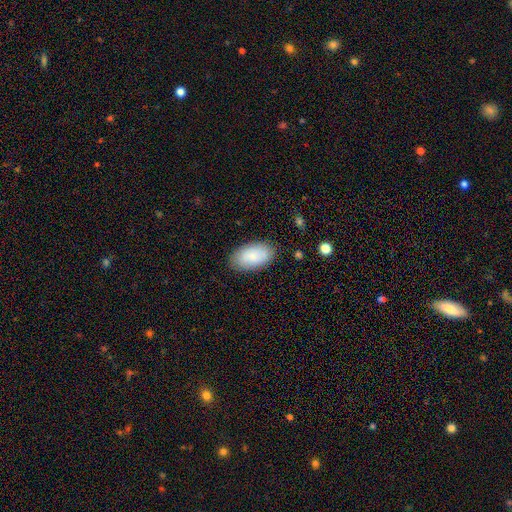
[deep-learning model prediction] Smooth or featured? Predicted: smooth (p=0.81). How rounded? Predicted: in between (p=0.95). Merging? Predicted: none (p=0.84).